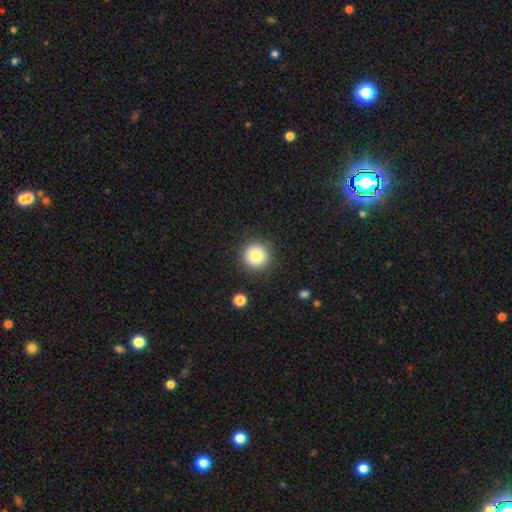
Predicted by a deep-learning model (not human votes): The model was most divided on "smooth or featured": smooth: 81%, star or artifact: 11%, featured or disk: 8%. More confident: how rounded — round (95%); merging — none (89%).